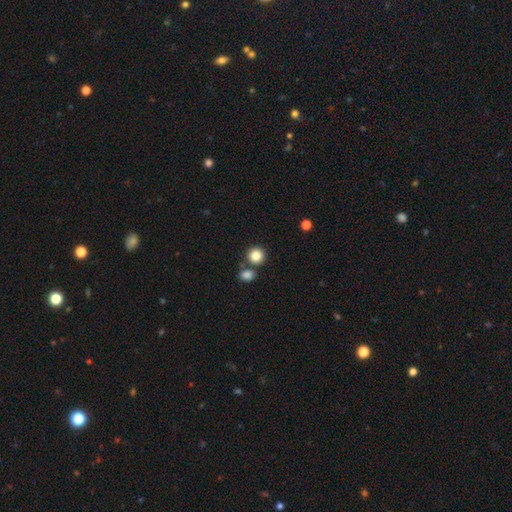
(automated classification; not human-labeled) A smooth galaxy with no disk features (84%) that is round (91%). Merging: none (70%).